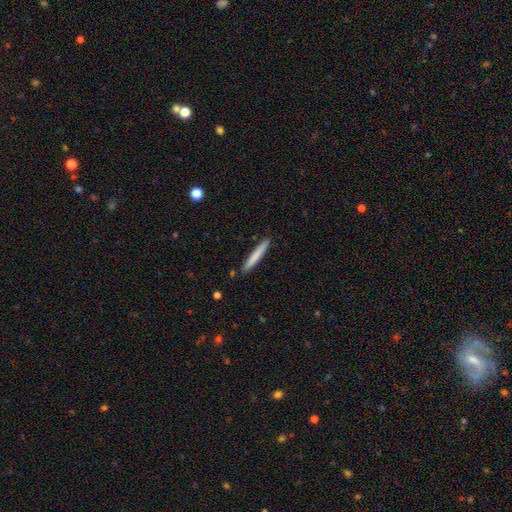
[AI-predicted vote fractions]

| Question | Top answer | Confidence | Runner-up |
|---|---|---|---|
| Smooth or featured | smooth | 76% | featured or disk (18%) |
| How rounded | cigar-shaped | 96% | in between (3%) |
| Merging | none | 90% | minor disturbance (7%) |